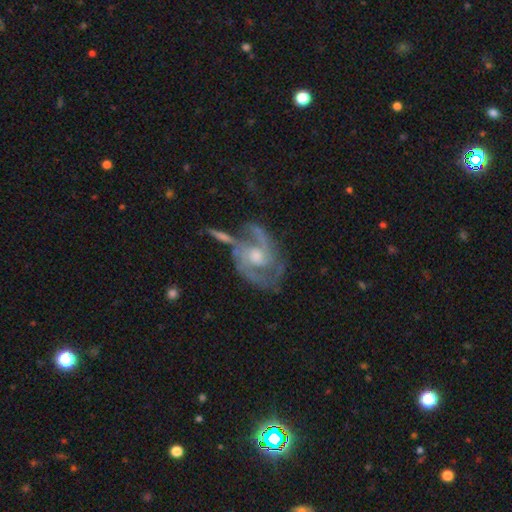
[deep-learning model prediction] A featured or disk galaxy (87%) with no bar (60%), 2 (59%) medium (51%) spiral arms (95%) and a moderate central bulge (65%).

Vote fractions:
- Smooth or featured? featured or disk: 87% / smooth: 7% / star or artifact: 6%
- Edge-on disk? no: 97% / yes: 3%
- Bar? no: 60% / weak: 33% / strong: 7%
- Spiral arms? yes: 95% / no: 5%
- Spiral winding? medium: 51% / tight: 32% / loose: 16%
- Spiral arm count? 2: 59% / 3: 18% / can't tell: 12% / 1: 4% / 4: 4% / more than 4: 3%
- Bulge size? moderate: 65% / small: 20% / large: 10% / none: 3% / dominant: 1%
- Merging? none: 49% / minor disturbance: 20% / major disturbance: 16% / merger: 15%